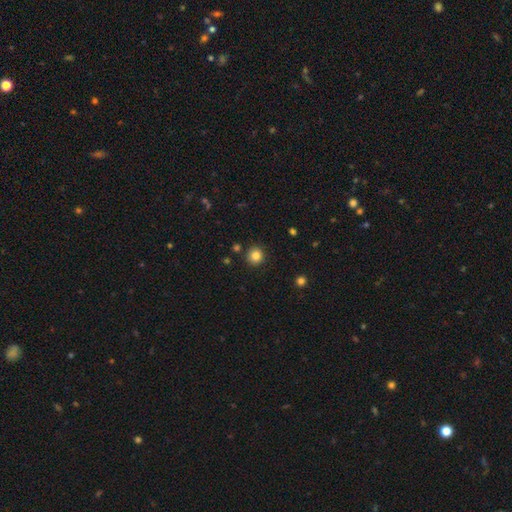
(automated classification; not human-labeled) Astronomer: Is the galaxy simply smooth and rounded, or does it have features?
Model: smooth — 83%.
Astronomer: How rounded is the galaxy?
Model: round — 93%.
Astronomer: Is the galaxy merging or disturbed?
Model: none — 89%.